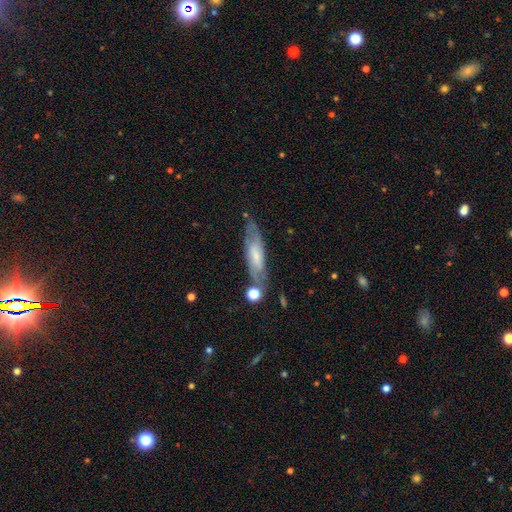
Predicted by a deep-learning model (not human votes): Overall: featured or disk (51%; smooth 42%). Edge-on disk: no (62%; yes 38%). Merging: none (65%).